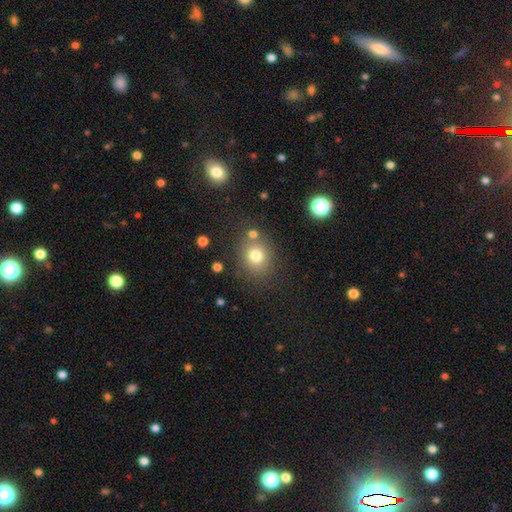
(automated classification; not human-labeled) Smooth or featured?
  - smooth: 76% *
  - star or artifact: 14%
  - featured or disk: 10%
How rounded?
  - round: 70% *
  - in between: 29%
  - cigar-shaped: 1%
Merging?
  - none: 73% *
  - minor disturbance: 12%
  - merger: 10%
  - major disturbance: 5%